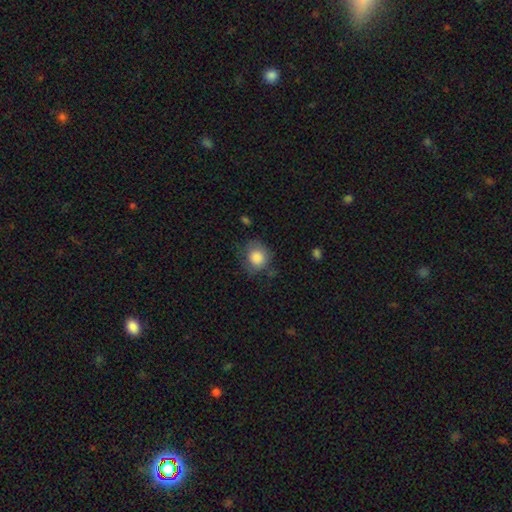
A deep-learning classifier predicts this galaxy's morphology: smooth 84%, featured or disk 8%, star or artifact 8%. Down the decision tree: how rounded — round (79%); merging — none (62%).